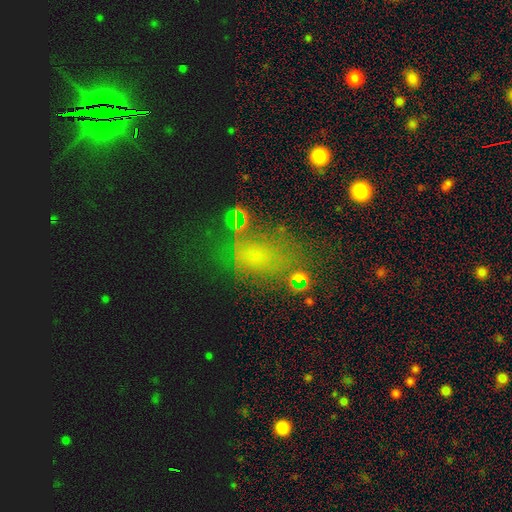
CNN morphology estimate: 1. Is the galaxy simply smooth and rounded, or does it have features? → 47% smooth, 35% star or artifact, 18% featured or disk.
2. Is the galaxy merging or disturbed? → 47% none, 22% minor disturbance, 21% major disturbance, 11% merger.